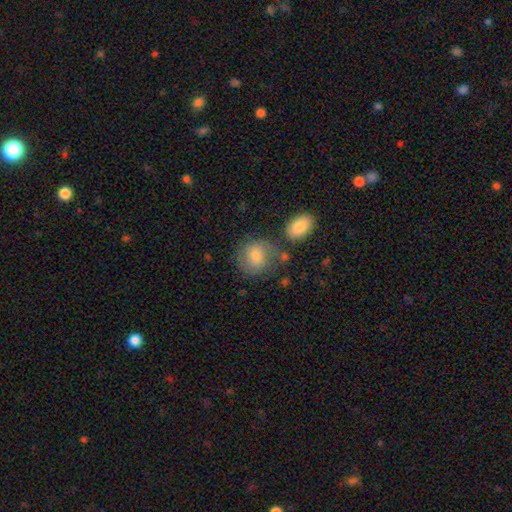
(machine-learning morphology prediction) Q: Smooth or featured?
A: smooth (68%); runner-up: featured or disk (24%)
Q: How rounded?
A: round (73%); runner-up: in between (26%)
Q: Merging?
A: none (60%); runner-up: minor disturbance (19%)